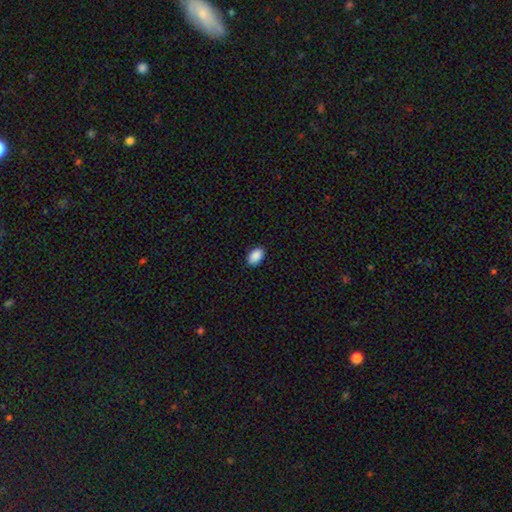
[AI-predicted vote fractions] Q: Smooth or featured?
A: smooth (90%); runner-up: star or artifact (7%)
Q: How rounded?
A: in between (91%); runner-up: round (8%)
Q: Merging?
A: none (89%); runner-up: minor disturbance (8%)